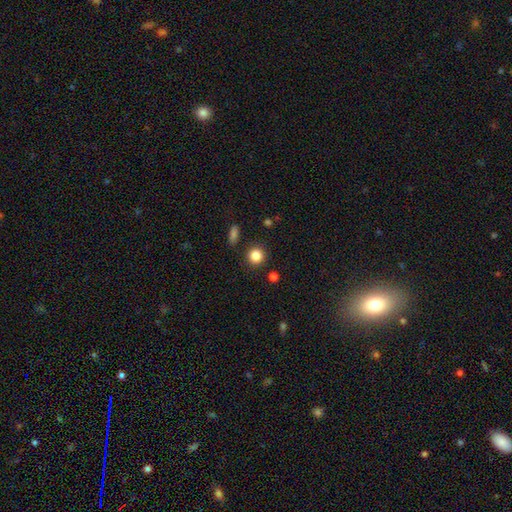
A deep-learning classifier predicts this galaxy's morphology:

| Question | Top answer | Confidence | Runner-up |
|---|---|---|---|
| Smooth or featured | smooth | 85% | star or artifact (11%) |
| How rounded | round | 92% | in between (8%) |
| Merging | none | 89% | minor disturbance (6%) |